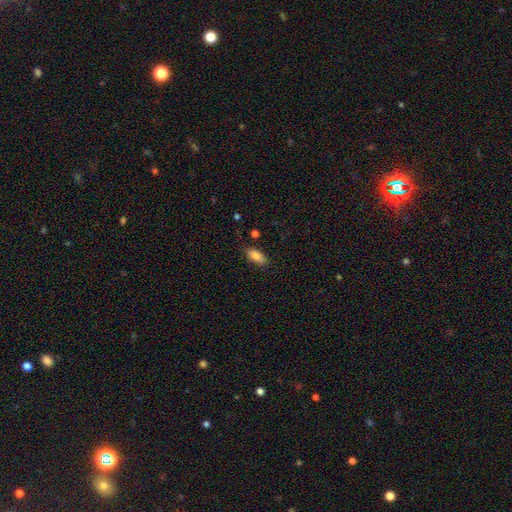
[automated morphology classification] Smooth or featured: smooth — 84% (featured or disk — 8%)
How rounded: in between — 89% (cigar-shaped — 8%)
Merging: none — 82% (minor disturbance — 13%)